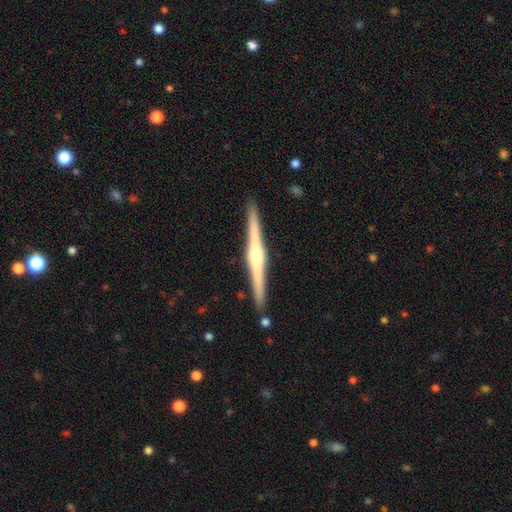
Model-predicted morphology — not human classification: Q: Smooth or featured?
A: featured or disk (78%); runner-up: smooth (17%)
Q: Edge-on disk?
A: yes (99%); runner-up: no (1%)
Q: Edge-on bulge?
A: rounded (75%); runner-up: boxy (16%)
Q: Merging?
A: none (91%); runner-up: minor disturbance (6%)